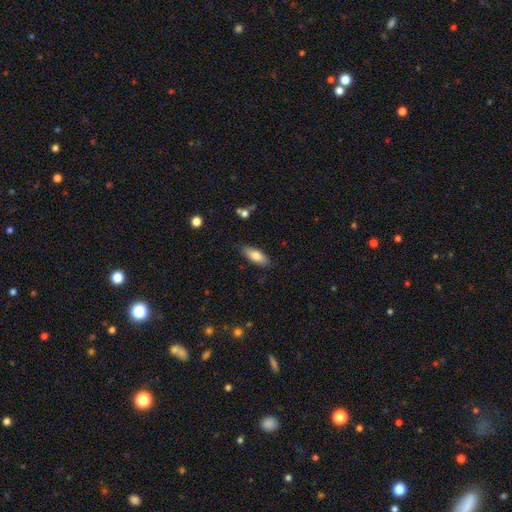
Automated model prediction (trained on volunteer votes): Smooth or featured? Predicted: smooth (p=0.77). How rounded? Predicted: in between (p=0.72). Merging? Predicted: none (p=0.81).